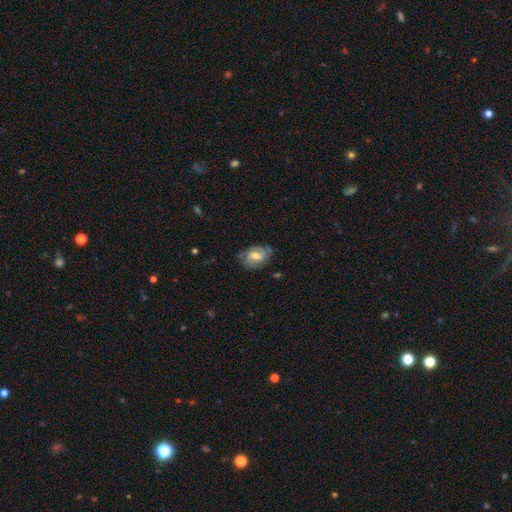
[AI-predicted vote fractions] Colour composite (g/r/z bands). It shows a featured or disk galaxy (71%) with a weak bar (51%), 2 (55%) tight (48%) spiral arms (91%) and a moderate central bulge (60%). Merging: none (72%).